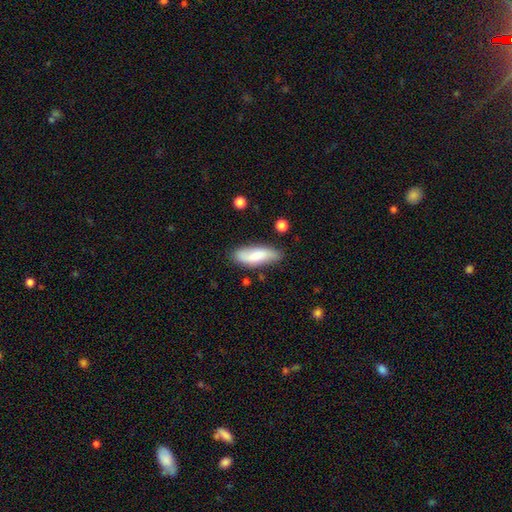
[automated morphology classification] Q: Smooth or featured?
A: smooth (69%); runner-up: featured or disk (24%)
Q: How rounded?
A: in between (61%); runner-up: cigar-shaped (37%)
Q: Merging?
A: none (76%); runner-up: minor disturbance (18%)